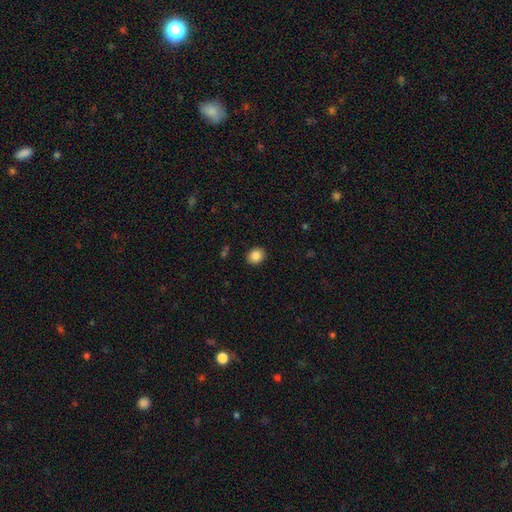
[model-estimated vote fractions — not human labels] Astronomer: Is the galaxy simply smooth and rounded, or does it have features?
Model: smooth — 86%.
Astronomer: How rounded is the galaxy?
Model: round — 67%.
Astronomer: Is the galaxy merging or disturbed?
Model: none — 91%.